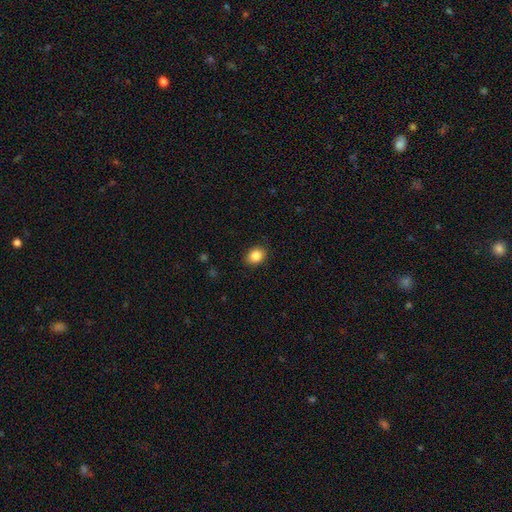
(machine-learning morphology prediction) Smooth or featured: smooth — 86% (star or artifact — 9%)
How rounded: in between — 55% (round — 44%)
Merging: none — 87% (minor disturbance — 10%)